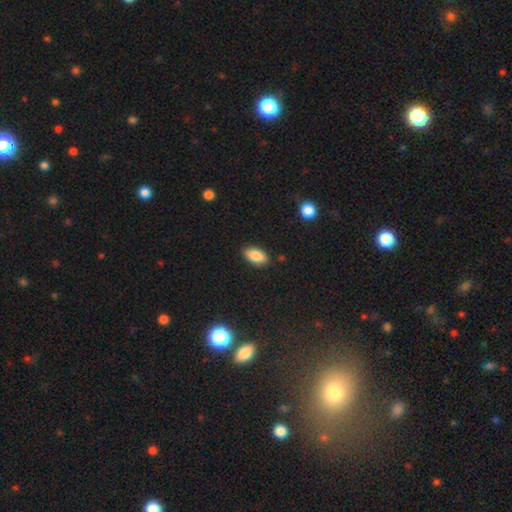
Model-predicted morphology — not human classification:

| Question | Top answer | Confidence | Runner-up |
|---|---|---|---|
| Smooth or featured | smooth | 84% | featured or disk (8%) |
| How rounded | in between | 91% | cigar-shaped (5%) |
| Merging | none | 86% | minor disturbance (11%) |